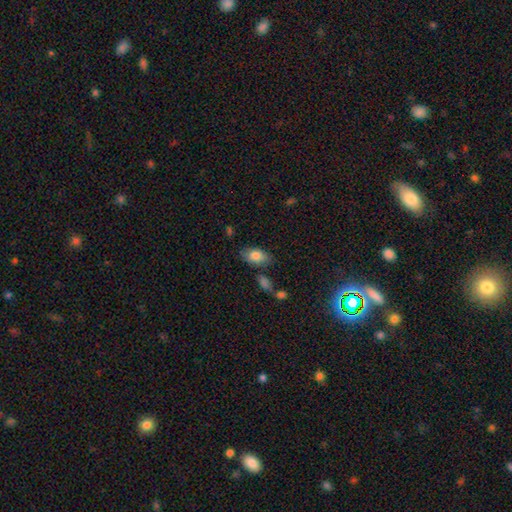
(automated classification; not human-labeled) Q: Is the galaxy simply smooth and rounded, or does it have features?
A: smooth — 82%.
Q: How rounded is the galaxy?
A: in between — 92%.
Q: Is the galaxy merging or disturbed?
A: none — 73%.